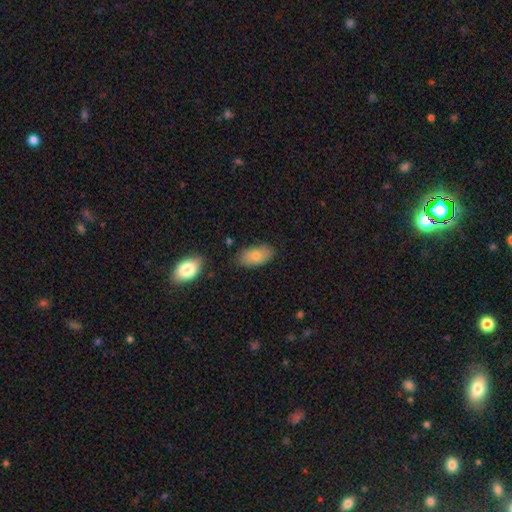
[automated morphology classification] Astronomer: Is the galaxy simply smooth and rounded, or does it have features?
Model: smooth — 78%.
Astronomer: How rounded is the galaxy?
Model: in between — 93%.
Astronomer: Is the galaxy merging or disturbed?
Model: none — 80%.